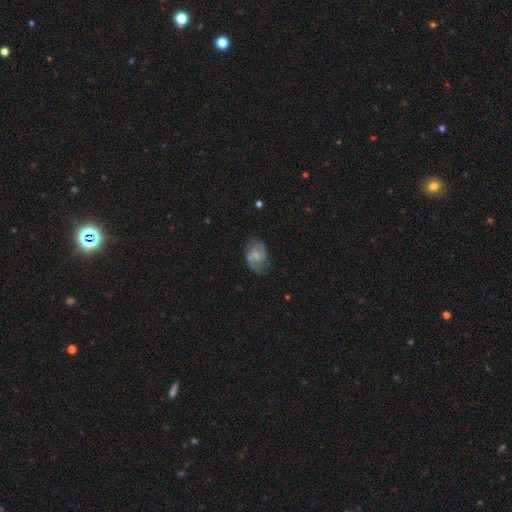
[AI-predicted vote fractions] A featured or disk galaxy (73%) with a weak bar (47%), 2 (78%) medium (50%) spiral arms (91%) and a small central bulge (50%).

Vote fractions:
- Smooth or featured? featured or disk: 73% / smooth: 20% / star or artifact: 7%
- Edge-on disk? no: 97% / yes: 3%
- Bar? weak: 47% / no: 45% / strong: 8%
- Spiral arms? yes: 91% / no: 9%
- Spiral winding? medium: 50% / tight: 28% / loose: 22%
- Spiral arm count? 2: 78% / can't tell: 12% / 3: 4% / 1: 4% / 4: 1% / more than 4: 1%
- Bulge size? small: 50% / moderate: 24% / none: 22% / large: 2% / dominant: 1%
- Merging? none: 63% / minor disturbance: 24% / major disturbance: 11% / merger: 2%